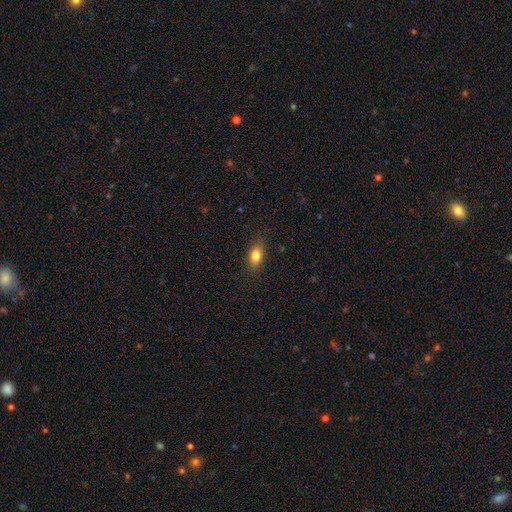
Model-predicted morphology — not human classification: Smooth or featured?
  - smooth: 79% *
  - featured or disk: 11%
  - star or artifact: 9%
How rounded?
  - in between: 78% *
  - round: 13%
  - cigar-shaped: 9%
Merging?
  - none: 83% *
  - minor disturbance: 13%
  - major disturbance: 3%
  - merger: 1%